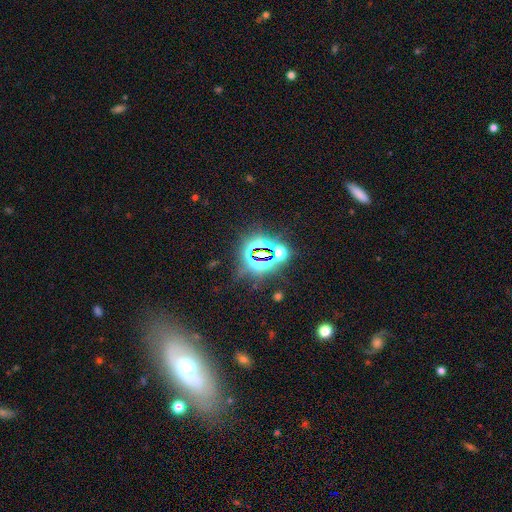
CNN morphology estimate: Smooth or featured? star or artifact (78%)